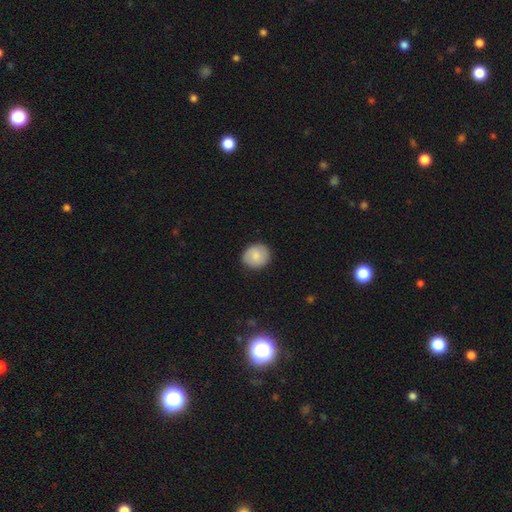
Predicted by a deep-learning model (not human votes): smooth_or_featured: smooth (p=0.79) [alt: featured or disk p=0.14]
how_rounded: round (p=0.80) [alt: in between p=0.19]
merging: none (p=0.88) [alt: minor disturbance p=0.09]